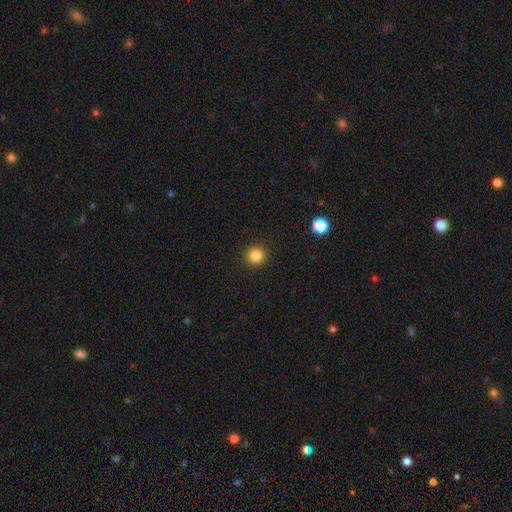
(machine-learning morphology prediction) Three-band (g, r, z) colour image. It shows a smooth galaxy with no disk features (85%) that is round (94%). Merging: none (92%).